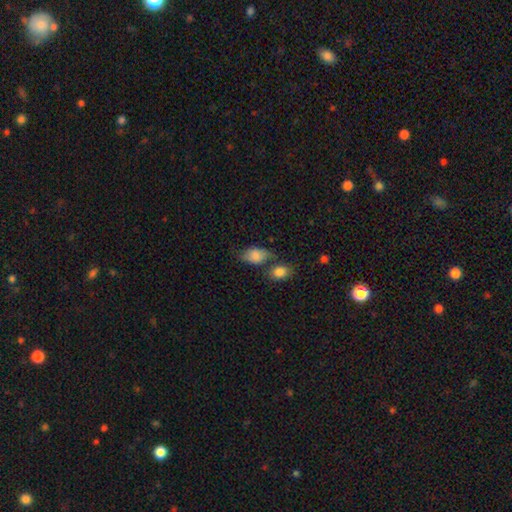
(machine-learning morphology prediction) Overall: smooth (77%). How rounded: in between (85%). Merging: none (41%; merger 26%).